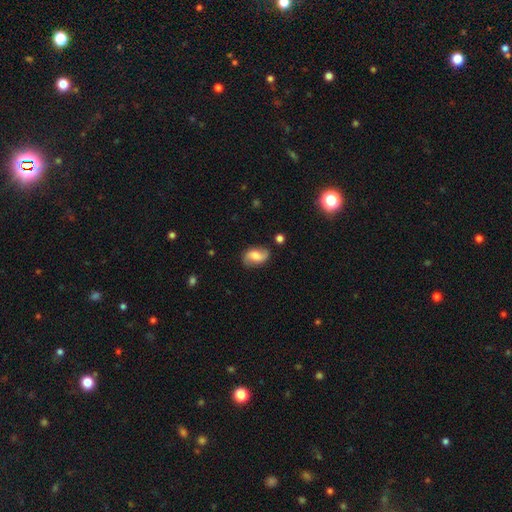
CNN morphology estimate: Smooth or featured: featured or disk — 54% (smooth — 38%)
Edge-on disk: no — 96% (yes — 4%)
Bar: no — 44% (weak — 42%)
Spiral arms: yes — 90% (no — 10%)
Bulge size: moderate — 41% (large — 23%)
Merging: none — 75% (minor disturbance — 17%)